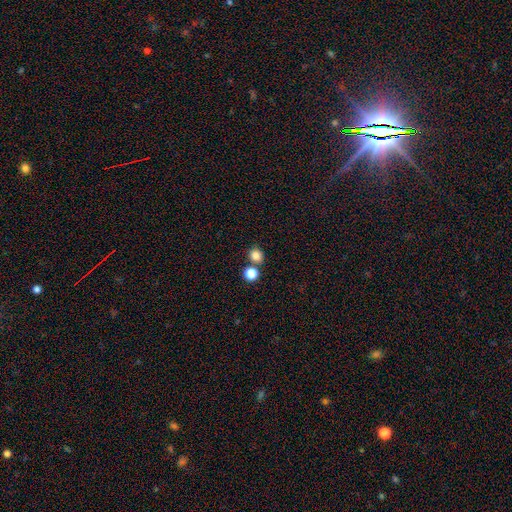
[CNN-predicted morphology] Smooth or featured?
  - smooth: 83% *
  - star or artifact: 13%
  - featured or disk: 5%
How rounded?
  - round: 81% *
  - in between: 18%
  - cigar-shaped: 1%
Merging?
  - none: 70% *
  - merger: 20%
  - minor disturbance: 8%
  - major disturbance: 3%